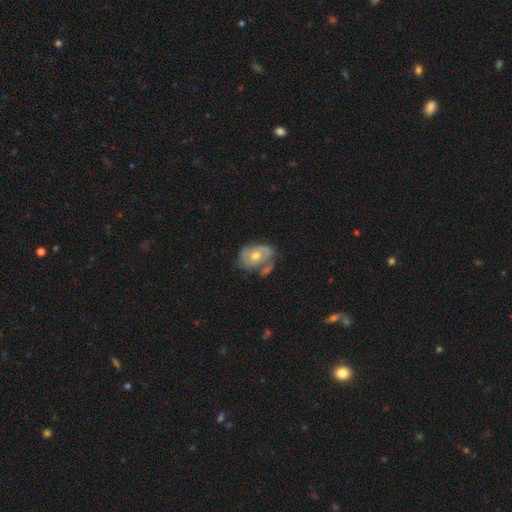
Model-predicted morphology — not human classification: A featured or disk galaxy (61%) with no bar (76%), spiral arms (68%) and a moderate central bulge (75%). Merging: none (45%).